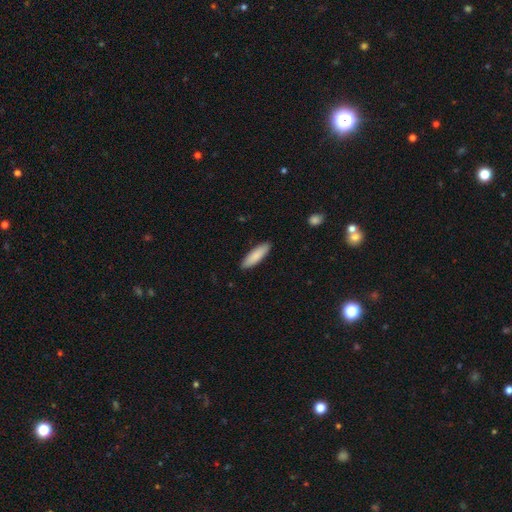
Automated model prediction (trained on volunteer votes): smooth_or_featured: smooth (p=0.87) [alt: featured or disk p=0.08]
how_rounded: cigar-shaped (p=0.56) [alt: in between p=0.43]
merging: none (p=0.90) [alt: minor disturbance p=0.07]